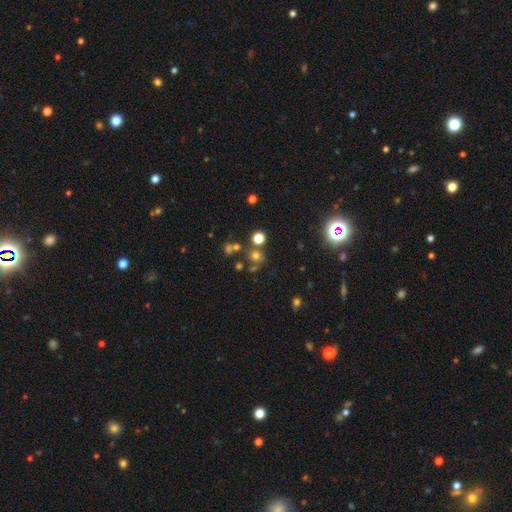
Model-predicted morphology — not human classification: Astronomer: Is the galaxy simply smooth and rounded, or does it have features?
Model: smooth — 59%.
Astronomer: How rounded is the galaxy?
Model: round — 86%.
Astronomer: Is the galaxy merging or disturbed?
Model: none — 66%.